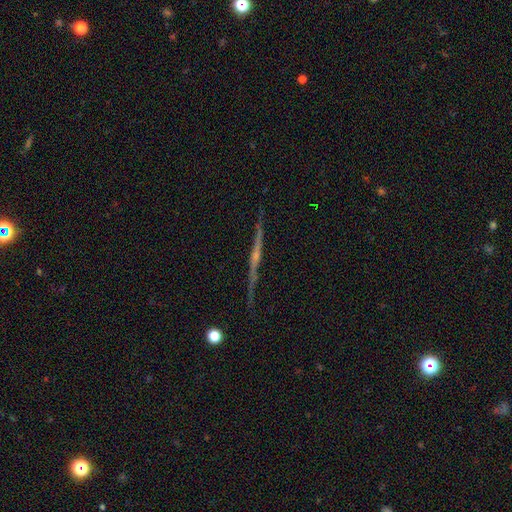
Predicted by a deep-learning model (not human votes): smooth_or_featured: featured or disk (p=0.83) [alt: smooth p=0.10]
disk_edge_on: yes (p=0.98) [alt: no p=0.02]
edge_on_bulge: rounded (p=0.68) [alt: none p=0.25]
merging: none (p=0.87) [alt: minor disturbance p=0.10]